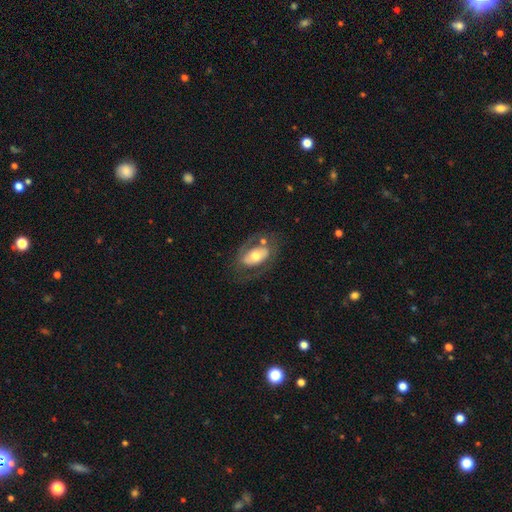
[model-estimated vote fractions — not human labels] Morphology: type=featured or disk (59%); edge-on=no (92%); bar=no (56%); spiral arms=yes (52%); bulge=moderate (66%); merging=none (59%).